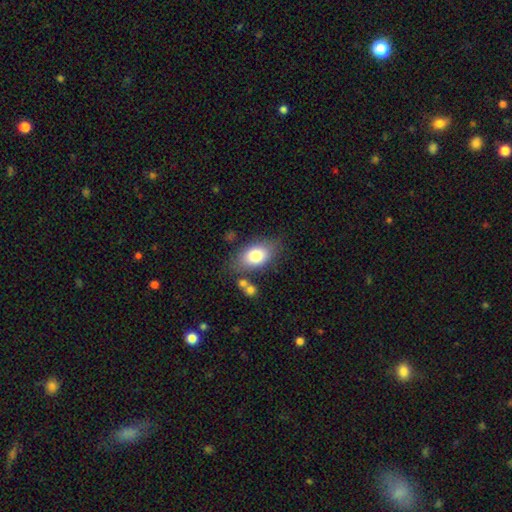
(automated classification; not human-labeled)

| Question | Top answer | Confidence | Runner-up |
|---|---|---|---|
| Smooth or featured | smooth | 79% | featured or disk (14%) |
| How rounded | in between | 88% | round (9%) |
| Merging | none | 72% | minor disturbance (17%) |